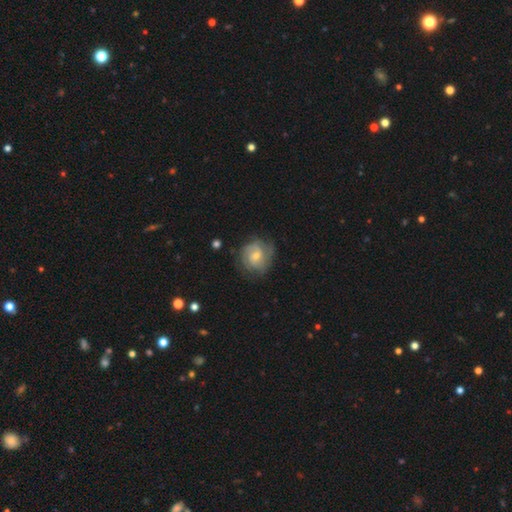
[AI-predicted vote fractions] The model was most divided on "spiral arm count": can't tell: 39%, 2: 34%, 3: 13%, 1: 5%, 4: 5%, more than 4: 3%. More confident: edge-on disk — no (97%); spiral arms — yes (85%); merging — none (65%); smooth or featured — featured or disk (62%); bar — no (54%); spiral winding — tight (52%); bulge size — small (50%).